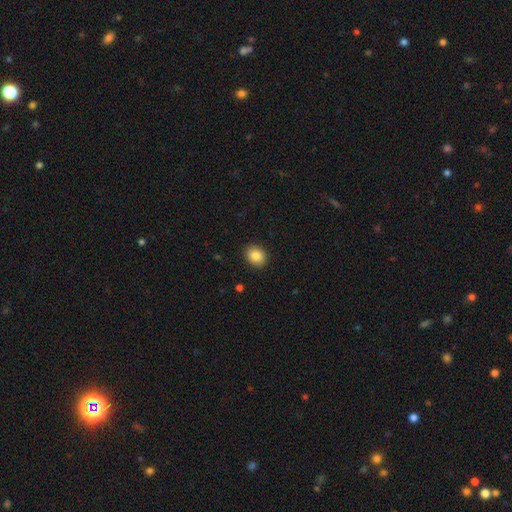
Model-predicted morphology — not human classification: A smooth galaxy with no disk features (87%) that is round (53%).

Vote fractions:
- Smooth or featured? smooth: 87% / star or artifact: 8% / featured or disk: 5%
- How rounded? round: 53% / in between: 46% / cigar-shaped: 1%
- Merging? none: 90% / minor disturbance: 7% / major disturbance: 2% / merger: 1%